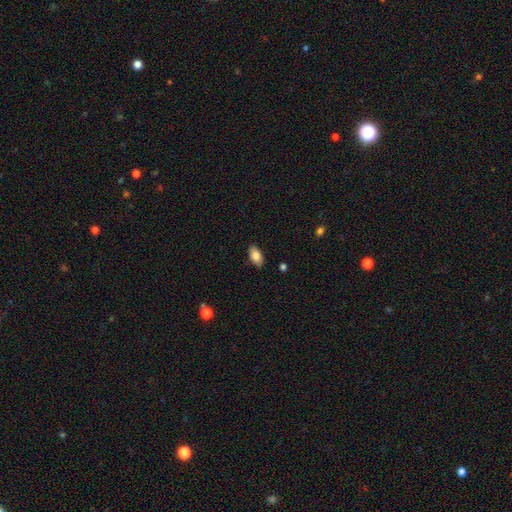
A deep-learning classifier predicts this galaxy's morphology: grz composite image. It shows a smooth galaxy with no disk features (82%) that is in between round and cigar-shaped (92%). Merging: none (87%).